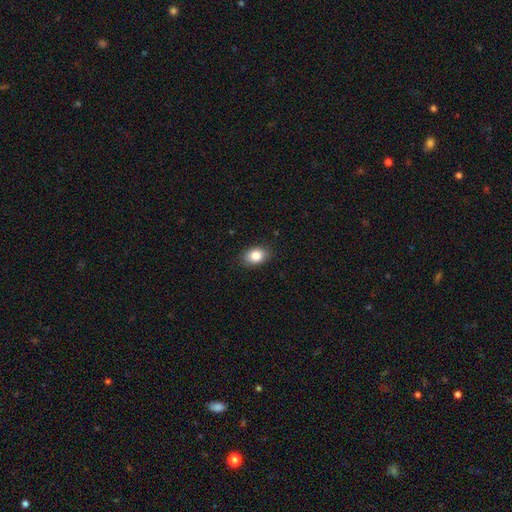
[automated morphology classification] Q: Smooth or featured?
A: smooth (84%); runner-up: star or artifact (9%)
Q: How rounded?
A: in between (74%); runner-up: round (25%)
Q: Merging?
A: none (86%); runner-up: minor disturbance (11%)